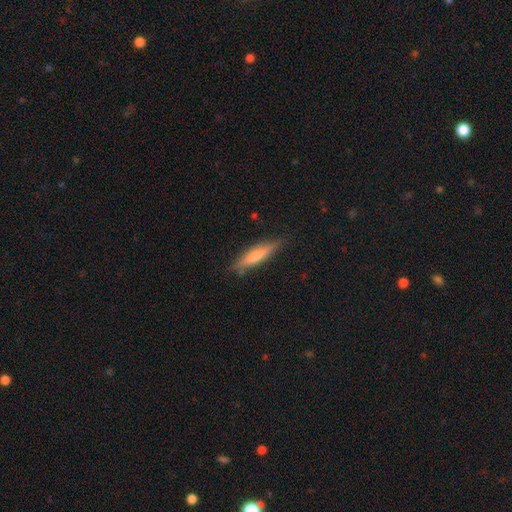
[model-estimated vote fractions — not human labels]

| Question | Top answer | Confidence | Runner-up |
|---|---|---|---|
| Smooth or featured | smooth | 59% | featured or disk (35%) |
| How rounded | cigar-shaped | 84% | in between (15%) |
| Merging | none | 83% | minor disturbance (13%) |